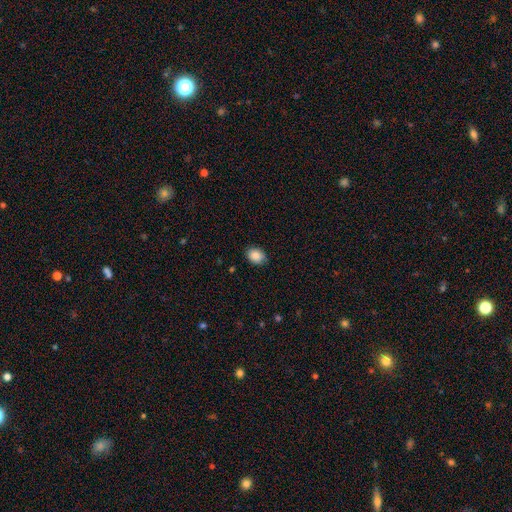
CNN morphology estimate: This appears to be a smooth galaxy with no disk features (87%) that is in between round and cigar-shaped (62%). Merging: none (82%).